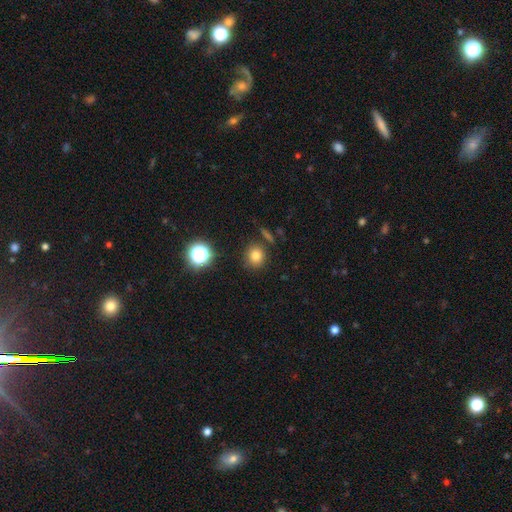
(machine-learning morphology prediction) The model was most divided on "smooth or featured": smooth: 78%, star or artifact: 15%, featured or disk: 7%. More confident: how rounded — round (86%); merging — none (84%).